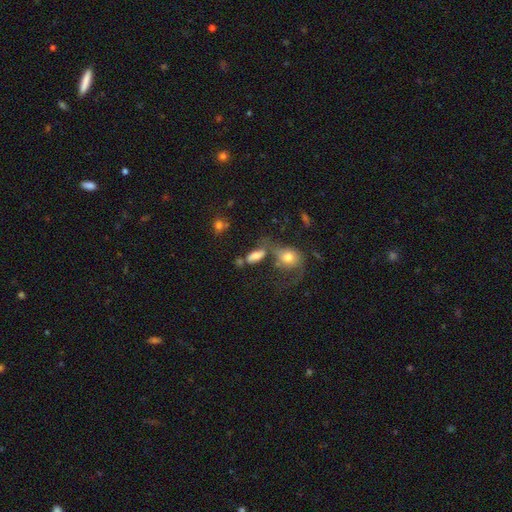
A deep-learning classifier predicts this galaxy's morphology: Smooth or featured? Predicted: smooth (p=0.72). How rounded? Predicted: in between (p=0.82). Merging? Predicted: merger (p=0.35).